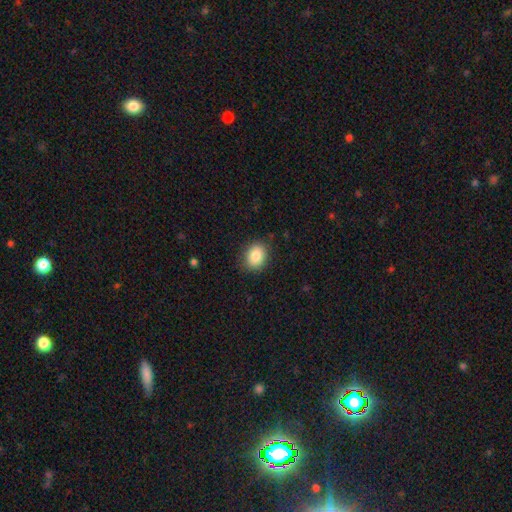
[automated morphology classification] This is clearly a smooth galaxy (86%). How rounded: possibly in between (52%). Merging: clearly none (85%).